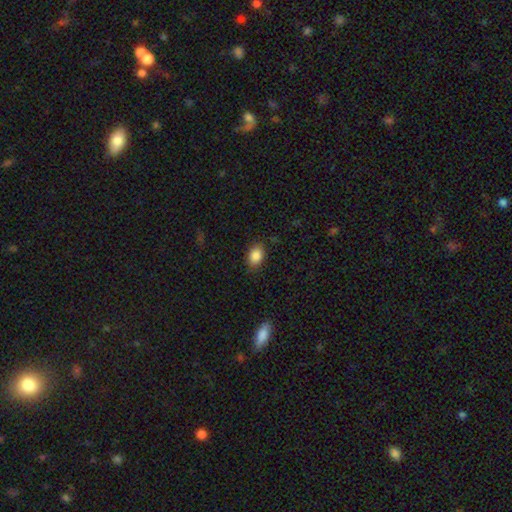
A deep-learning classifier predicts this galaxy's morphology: smooth-or-featured: smooth: 87% | star or artifact: 8% | featured or disk: 5%
  how-rounded: in between: 82% | round: 17% | cigar-shaped: 1%
  merging: none: 83% | minor disturbance: 13% | major disturbance: 3% | merger: 1%